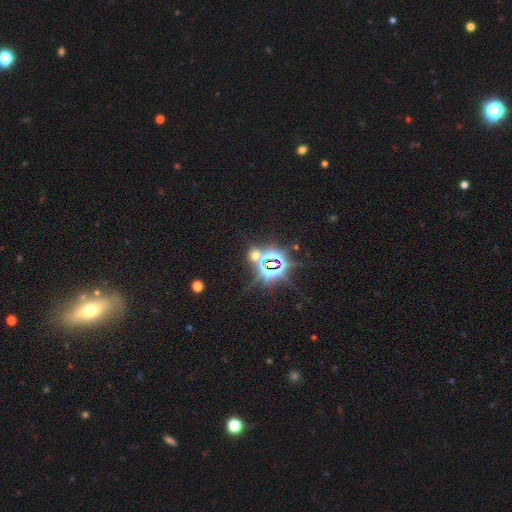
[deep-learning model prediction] Smooth or featured?
  - star or artifact: 71% *
  - smooth: 21%
  - featured or disk: 8%